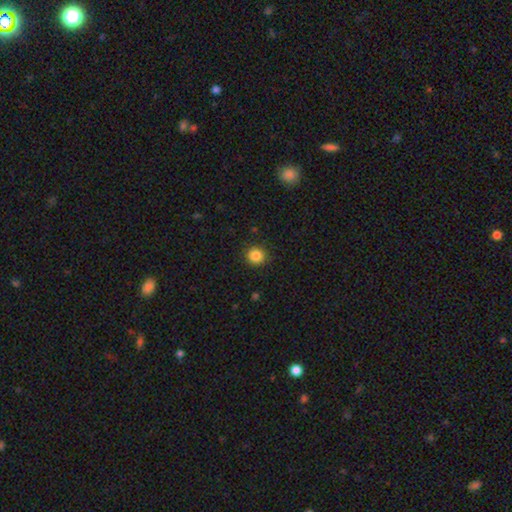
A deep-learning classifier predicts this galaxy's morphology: smooth 86%, star or artifact 11%, featured or disk 4%. Down the decision tree: how rounded — round (90%); merging — none (91%).